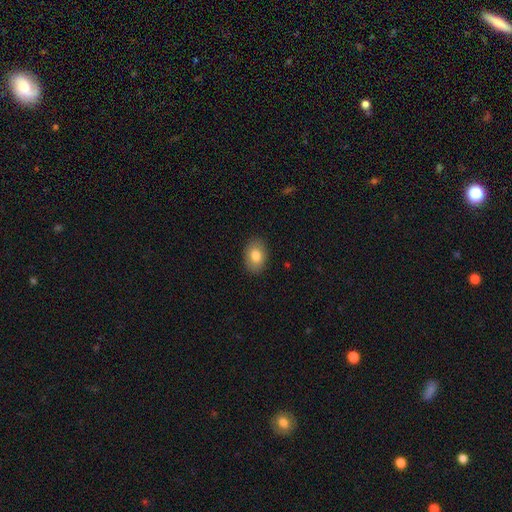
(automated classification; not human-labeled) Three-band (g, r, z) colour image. It shows a smooth galaxy with no disk features (81%) that is in between round and cigar-shaped (81%). Merging: none (88%).